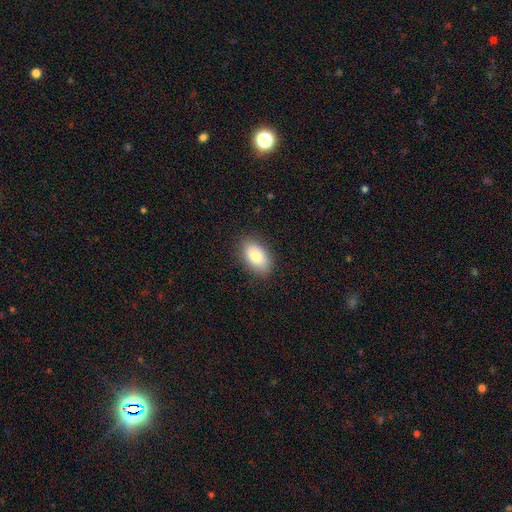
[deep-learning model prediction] Morphology: type=smooth (83%); roundness=in between (92%); merging=none (87%).